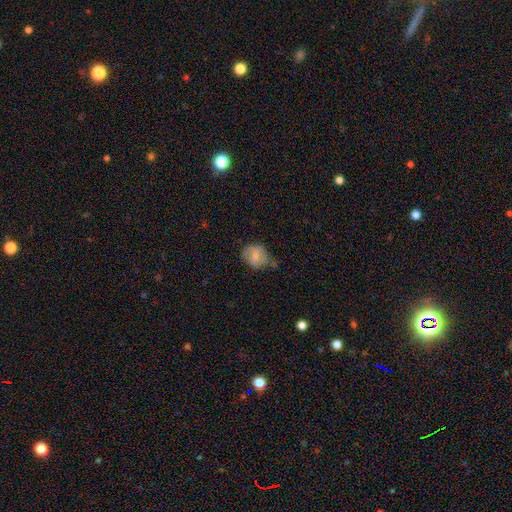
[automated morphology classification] type=smooth (58%); roundness=round (61%); merging=none (54%).